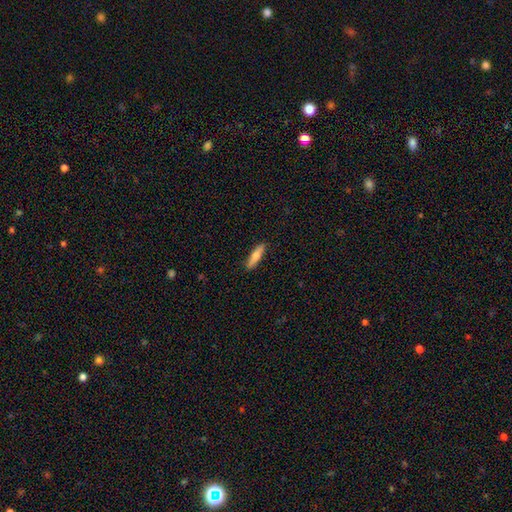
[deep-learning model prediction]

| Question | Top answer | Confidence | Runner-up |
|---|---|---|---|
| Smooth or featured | smooth | 70% | featured or disk (25%) |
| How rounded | cigar-shaped | 75% | in between (23%) |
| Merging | none | 89% | minor disturbance (8%) |